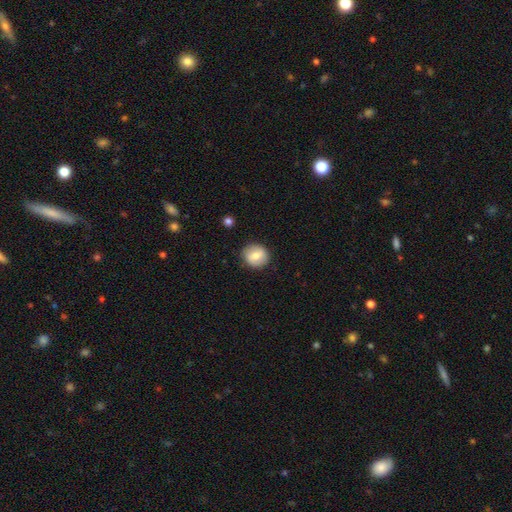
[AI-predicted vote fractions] A smooth galaxy with no disk features (73%) that is round (83%). Merging: none (87%).